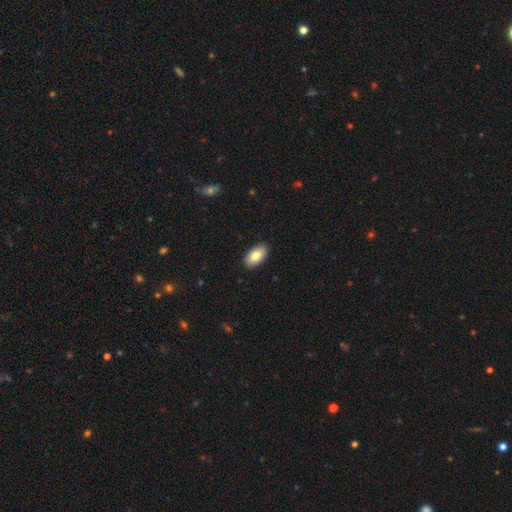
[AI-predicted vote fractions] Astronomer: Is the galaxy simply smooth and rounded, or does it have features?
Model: smooth — 80%.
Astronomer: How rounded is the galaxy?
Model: in between — 94%.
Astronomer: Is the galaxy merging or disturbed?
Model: none — 90%.